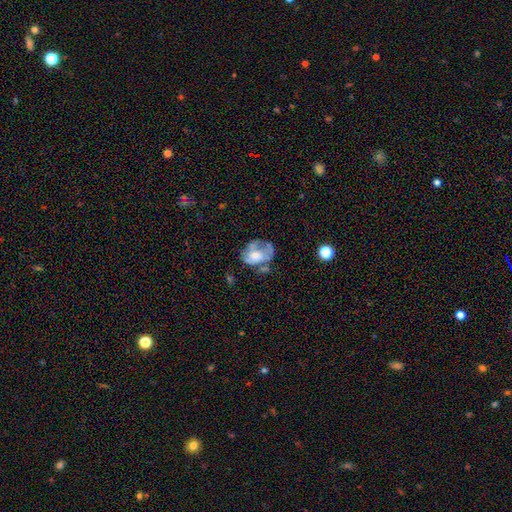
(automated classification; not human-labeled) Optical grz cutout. It shows a featured or disk galaxy (49%). Merging: none (35%).